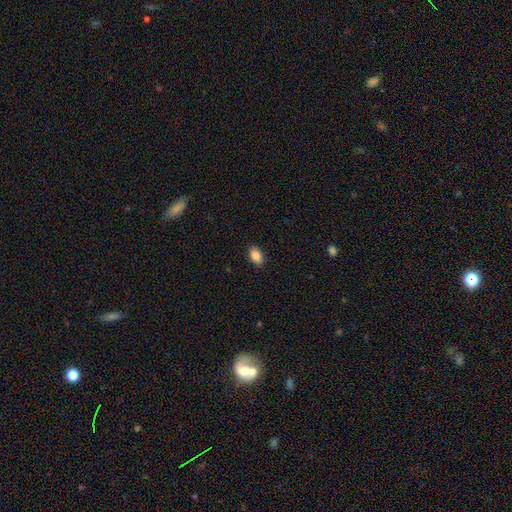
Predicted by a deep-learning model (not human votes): A smooth galaxy with no disk features (87%) that is in between round and cigar-shaped (89%).

Vote fractions:
- Smooth or featured? smooth: 87% / star or artifact: 8% / featured or disk: 5%
- How rounded? in between: 89% / round: 8% / cigar-shaped: 2%
- Merging? none: 88% / minor disturbance: 9% / major disturbance: 2% / merger: 1%